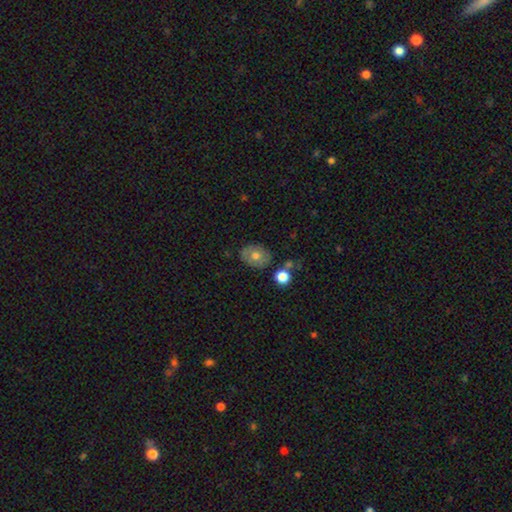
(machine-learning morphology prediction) Smooth or featured?
  - smooth: 68% *
  - featured or disk: 23%
  - star or artifact: 9%
How rounded?
  - in between: 57% *
  - round: 42%
  - cigar-shaped: 1%
Merging?
  - none: 74% *
  - minor disturbance: 16%
  - merger: 6%
  - major disturbance: 4%